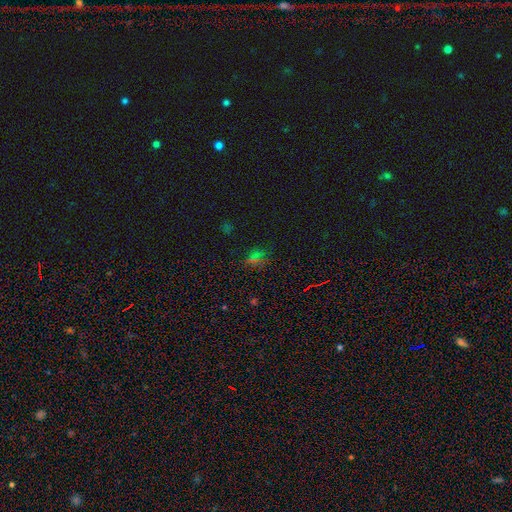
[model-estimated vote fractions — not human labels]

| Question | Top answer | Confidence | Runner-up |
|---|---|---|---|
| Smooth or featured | star or artifact | 54% | smooth (37%) |